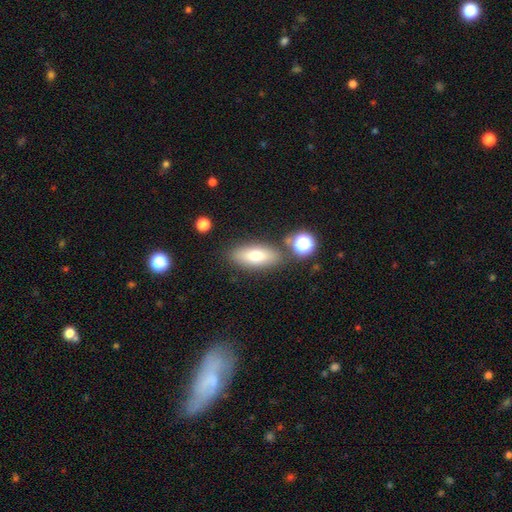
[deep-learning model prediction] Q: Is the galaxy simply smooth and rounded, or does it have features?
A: smooth — 72%.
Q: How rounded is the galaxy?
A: in between — 75%.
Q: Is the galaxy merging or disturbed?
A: none — 79%.